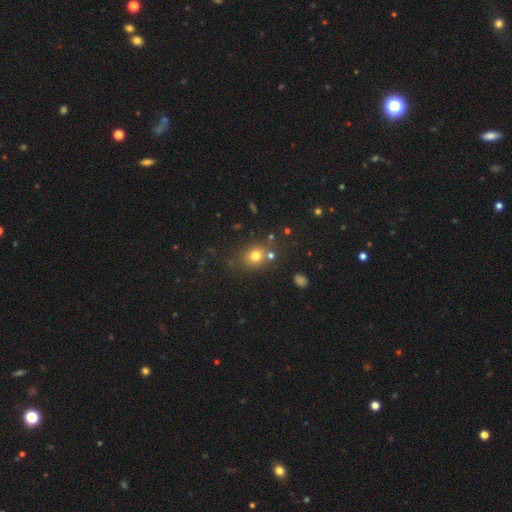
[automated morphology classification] Smooth or featured? smooth (74%)
How rounded? round (68%)
Merging? none (71%)